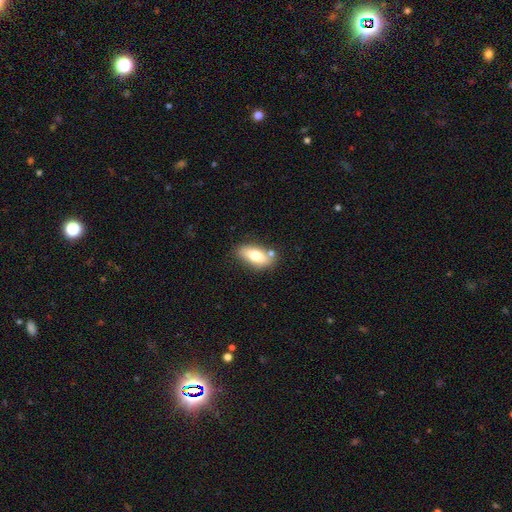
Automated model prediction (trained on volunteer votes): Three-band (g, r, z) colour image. It shows a smooth galaxy with no disk features (73%) that is in between round and cigar-shaped (83%). Merging: none (71%).